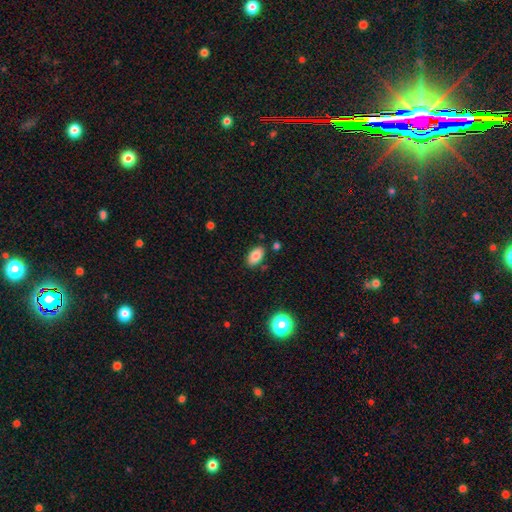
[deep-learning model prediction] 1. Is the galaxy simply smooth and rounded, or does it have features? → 83% smooth, 9% star or artifact, 9% featured or disk.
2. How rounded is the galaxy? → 93% in between, 5% round, 2% cigar-shaped.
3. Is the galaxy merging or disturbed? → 83% none, 11% minor disturbance, 4% merger, 2% major disturbance.